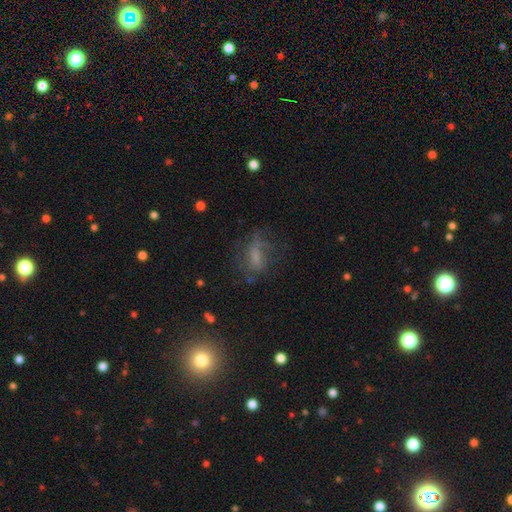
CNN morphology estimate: smooth-or-featured: smooth: 46% | featured or disk: 37% | star or artifact: 17%
  merging: none: 48% | major disturbance: 26% | minor disturbance: 23% | merger: 3%